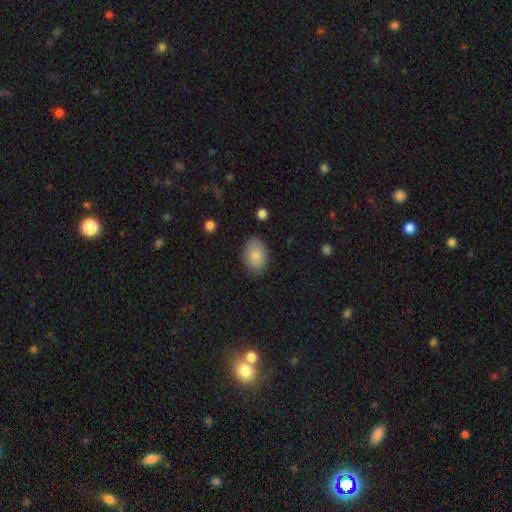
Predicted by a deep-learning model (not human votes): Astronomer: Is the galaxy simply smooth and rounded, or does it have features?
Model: smooth — 83%.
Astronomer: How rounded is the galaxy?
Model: in between — 84%.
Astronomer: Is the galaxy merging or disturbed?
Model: none — 80%.